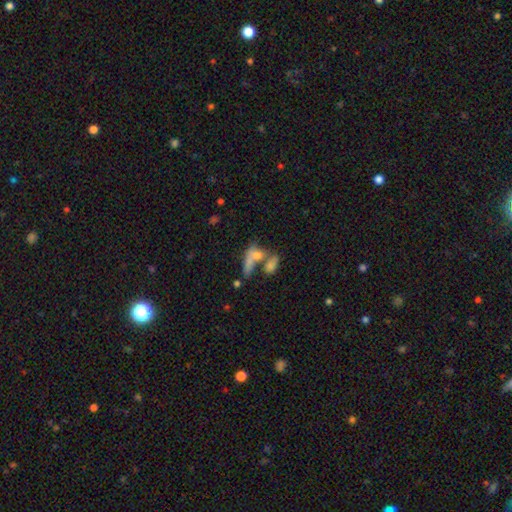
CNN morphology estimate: smooth_or_featured: smooth (p=0.48) [alt: featured or disk p=0.34]
merging: merger (p=0.51) [alt: none p=0.30]